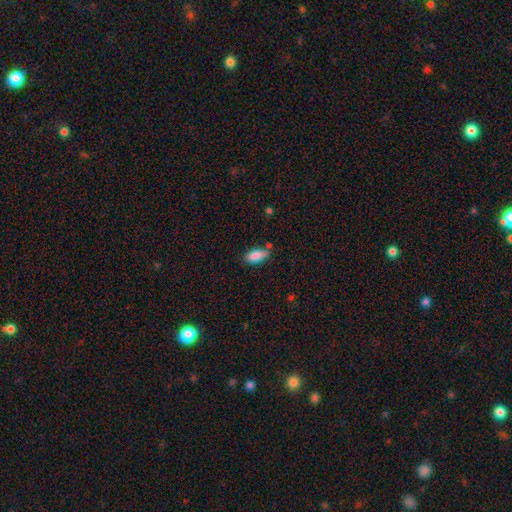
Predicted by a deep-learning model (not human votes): Smooth or featured?
  - smooth: 84% *
  - featured or disk: 8%
  - star or artifact: 7%
How rounded?
  - in between: 86% *
  - cigar-shaped: 11%
  - round: 3%
Merging?
  - none: 63% *
  - minor disturbance: 24%
  - merger: 8%
  - major disturbance: 5%